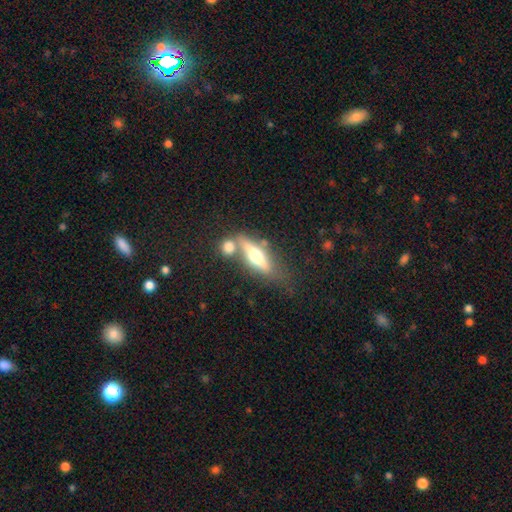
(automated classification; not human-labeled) Overall: featured or disk (52%; smooth 41%). Edge-on disk: yes (85%). Merging: none (50%; merger 29%).